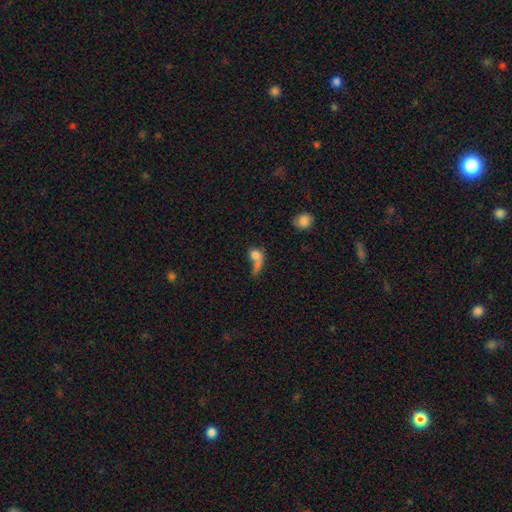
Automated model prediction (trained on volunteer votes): Smooth or featured? smooth (66%)
How rounded? round (46%, tied with in between)
Merging? major disturbance (34%)